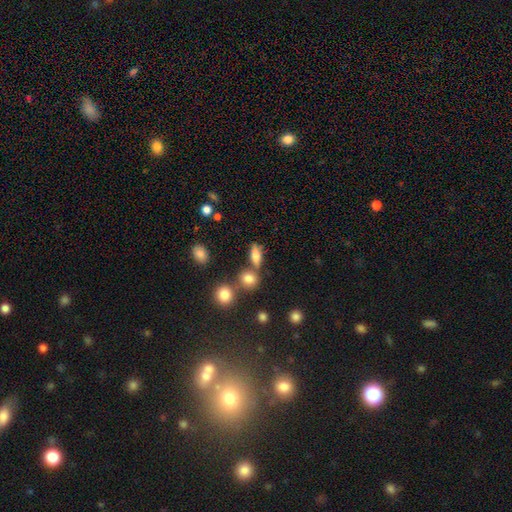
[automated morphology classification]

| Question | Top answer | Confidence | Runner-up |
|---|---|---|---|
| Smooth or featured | smooth | 72% | featured or disk (17%) |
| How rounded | in between | 60% | cigar-shaped (24%) |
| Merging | none | 65% | merger (18%) |